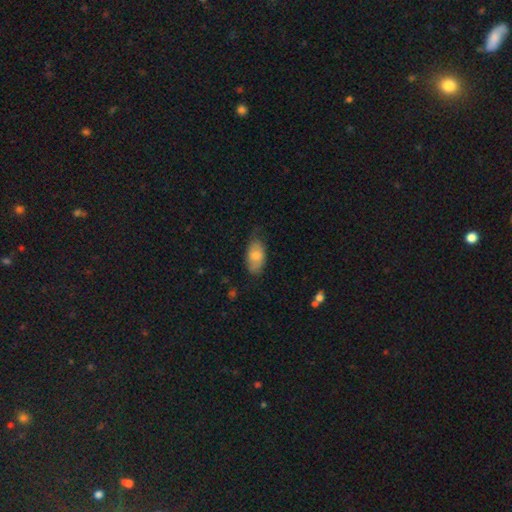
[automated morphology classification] smooth-or-featured: smooth: 76% | featured or disk: 17% | star or artifact: 6%
  how-rounded: in between: 93% | round: 4% | cigar-shaped: 3%
  merging: none: 56% | minor disturbance: 33% | major disturbance: 9% | merger: 2%